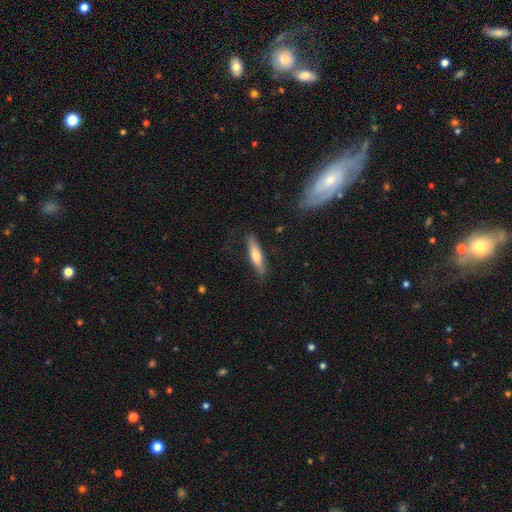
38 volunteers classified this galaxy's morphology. Smooth or featured?
  - smooth: 58% *
  - featured or disk: 34%
  - star or artifact: 8%
How rounded?
  - cigar-shaped: 86% *
  - in between: 14%
  - round: 0%
Merging?
  - none: 80% *
  - minor disturbance: 9%
  - major disturbance: 6%
  - merger: 6%